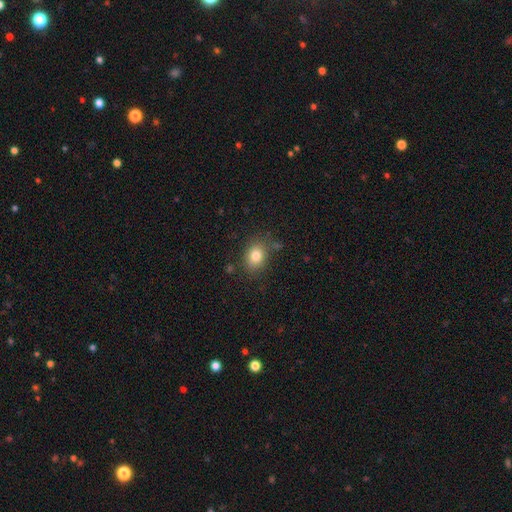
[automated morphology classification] Smooth or featured?
  - smooth: 82% *
  - star or artifact: 10%
  - featured or disk: 8%
How rounded?
  - in between: 51% *
  - round: 48%
  - cigar-shaped: 1%
Merging?
  - none: 79% *
  - minor disturbance: 14%
  - major disturbance: 4%
  - merger: 3%